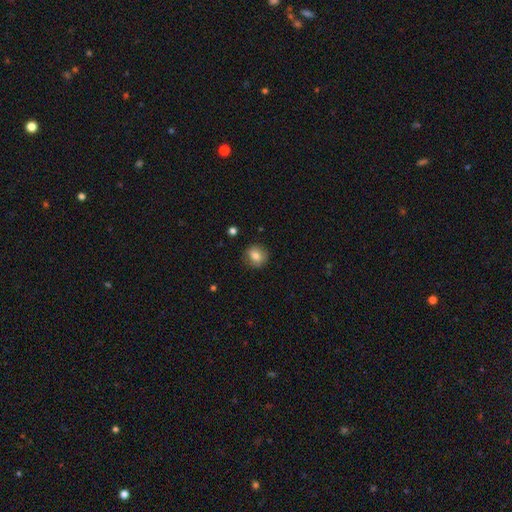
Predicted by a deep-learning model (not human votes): Morphology: type=smooth (80%); roundness=round (84%); merging=none (86%).